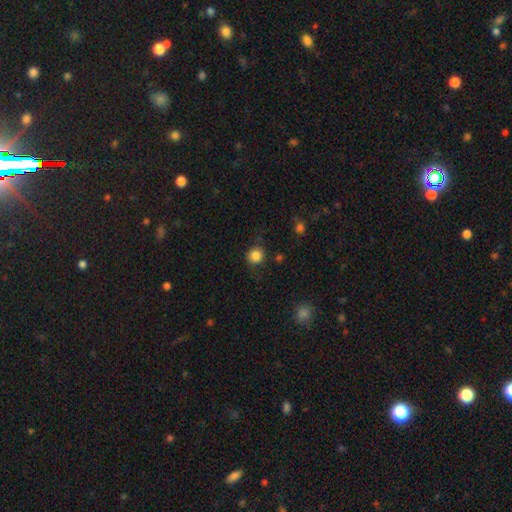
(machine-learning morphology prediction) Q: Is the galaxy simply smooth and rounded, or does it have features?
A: smooth — 84%.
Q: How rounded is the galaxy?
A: round — 89%.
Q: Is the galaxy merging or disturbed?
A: none — 81%.